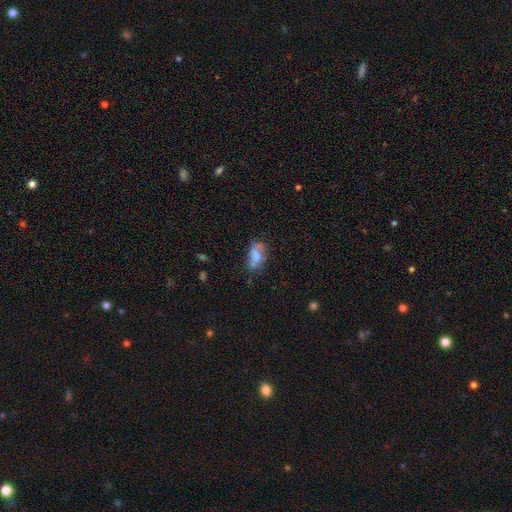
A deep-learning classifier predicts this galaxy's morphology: This is likely a smooth galaxy (62%). How rounded: clearly in between (85%). Merging: marginally none (42%).